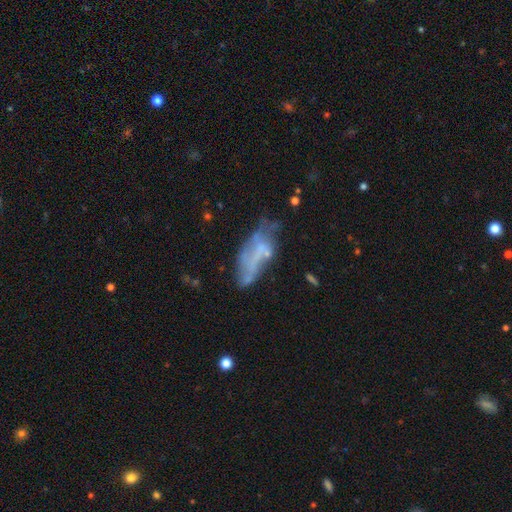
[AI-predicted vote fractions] smooth_or_featured: featured or disk (p=0.53) [alt: smooth p=0.34]
disk_edge_on: no (p=0.87) [alt: yes p=0.13]
merging: none (p=0.37) [alt: major disturbance p=0.26]